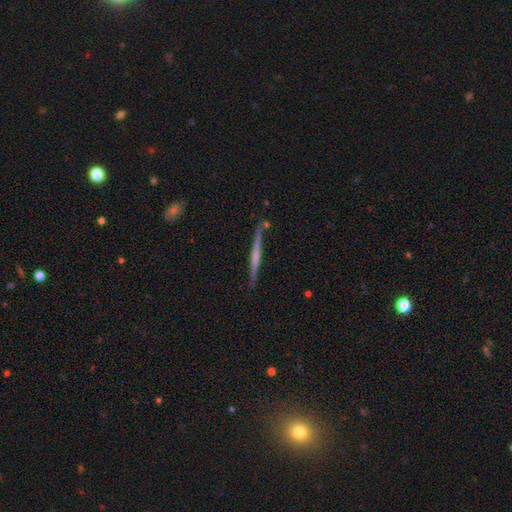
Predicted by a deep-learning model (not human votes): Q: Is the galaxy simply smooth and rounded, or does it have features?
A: featured or disk — 66%.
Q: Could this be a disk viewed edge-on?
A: yes — 97%.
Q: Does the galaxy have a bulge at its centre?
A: none — 53%.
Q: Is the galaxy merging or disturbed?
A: none — 84%.